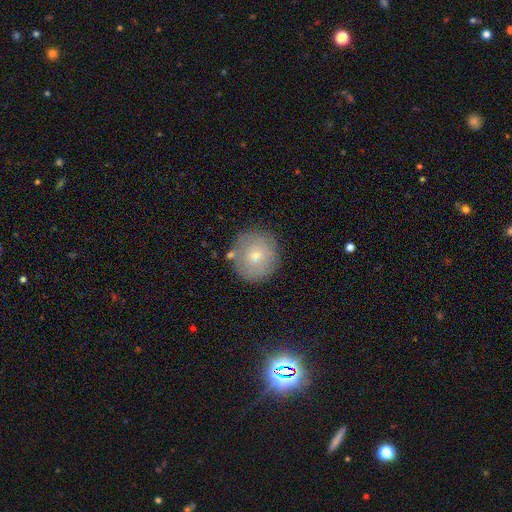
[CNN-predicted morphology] A smooth galaxy with no disk features (55%) that is round (92%).

Vote fractions:
- Smooth or featured? smooth: 55% / featured or disk: 33% / star or artifact: 12%
- How rounded? round: 92% / in between: 7% / cigar-shaped: 1%
- Merging? none: 82% / minor disturbance: 11% / merger: 3% / major disturbance: 3%